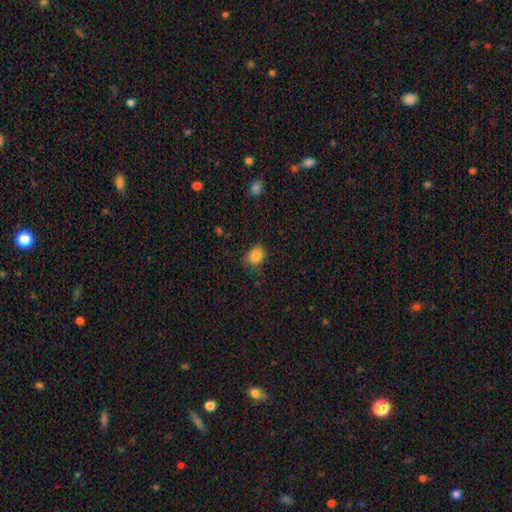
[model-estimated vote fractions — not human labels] smooth 85%, star or artifact 10%, featured or disk 5%. Down the decision tree: how rounded — in between (50%); merging — none (75%).